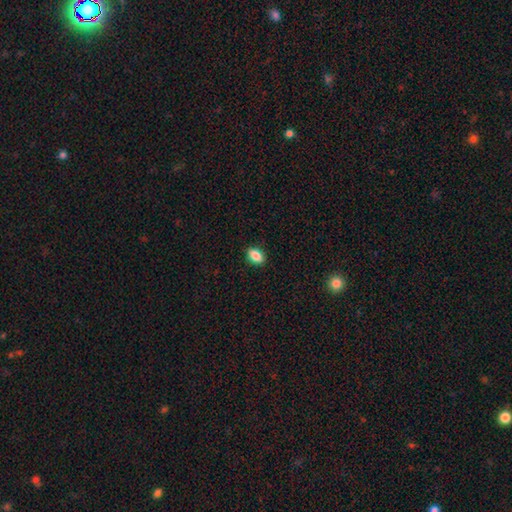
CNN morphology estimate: The model was most divided on "how rounded": in between: 85%, round: 13%, cigar-shaped: 2%. More confident: merging — none (89%); smooth or featured — smooth (87%).